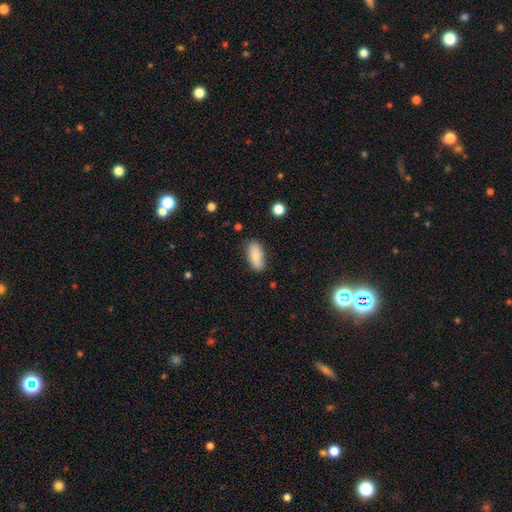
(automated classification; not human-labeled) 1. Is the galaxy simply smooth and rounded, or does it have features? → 76% smooth, 17% featured or disk, 7% star or artifact.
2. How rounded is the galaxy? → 87% in between, 10% cigar-shaped, 3% round.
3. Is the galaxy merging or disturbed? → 79% none, 16% minor disturbance, 3% major disturbance, 2% merger.